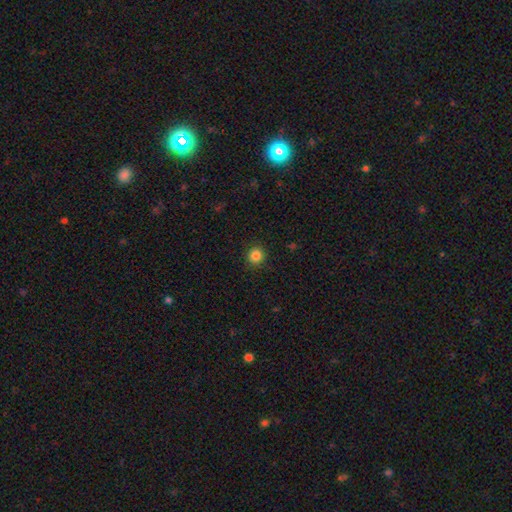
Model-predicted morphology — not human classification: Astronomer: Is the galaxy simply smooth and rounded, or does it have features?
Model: smooth — 85%.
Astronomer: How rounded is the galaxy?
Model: round — 92%.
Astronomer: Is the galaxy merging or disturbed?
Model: none — 91%.